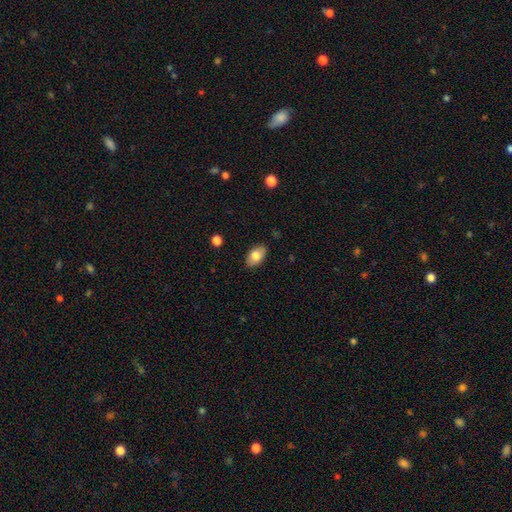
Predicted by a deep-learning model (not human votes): Q: Smooth or featured?
A: smooth (81%); runner-up: featured or disk (12%)
Q: How rounded?
A: in between (92%); runner-up: round (7%)
Q: Merging?
A: none (87%); runner-up: minor disturbance (10%)